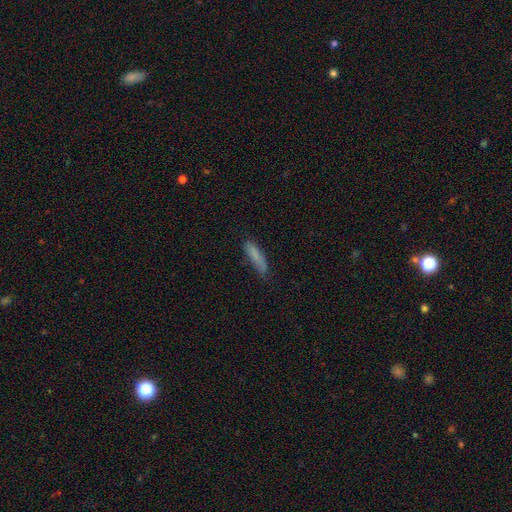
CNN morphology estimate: A smooth galaxy with no disk features (81%) that is cigar-shaped (76%). Merging: none (69%).